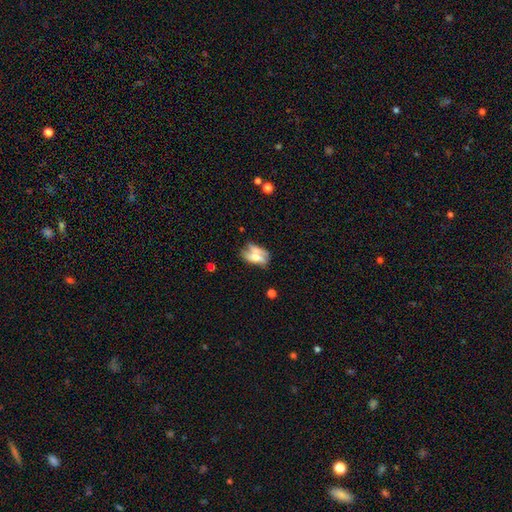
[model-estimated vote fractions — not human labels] The model was most divided on "merging": none: 35%, merger: 30%, minor disturbance: 18%, major disturbance: 17%. More confident: how rounded — in between (76%); smooth or featured — smooth (51%).